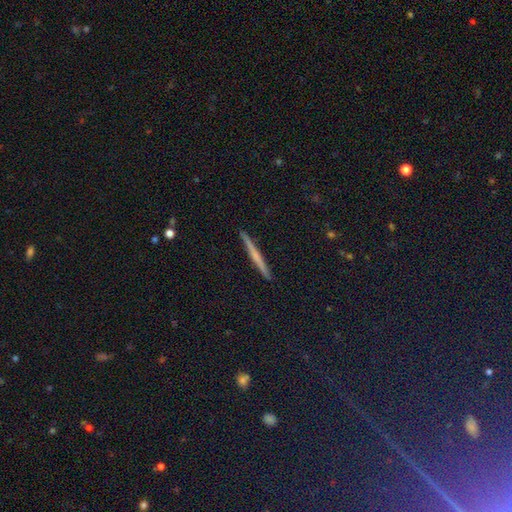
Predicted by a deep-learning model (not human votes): Overall: featured or disk (49%; smooth 42%). Merging: none (92%).